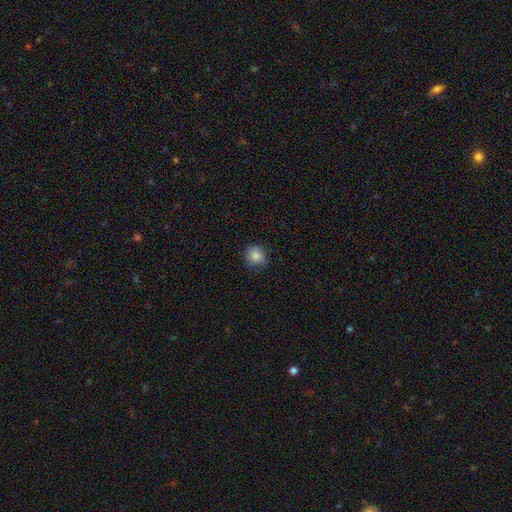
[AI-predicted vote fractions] Smooth or featured?
  - smooth: 83% *
  - star or artifact: 10%
  - featured or disk: 7%
How rounded?
  - round: 88% *
  - in between: 11%
  - cigar-shaped: 1%
Merging?
  - none: 77% *
  - minor disturbance: 18%
  - major disturbance: 4%
  - merger: 1%